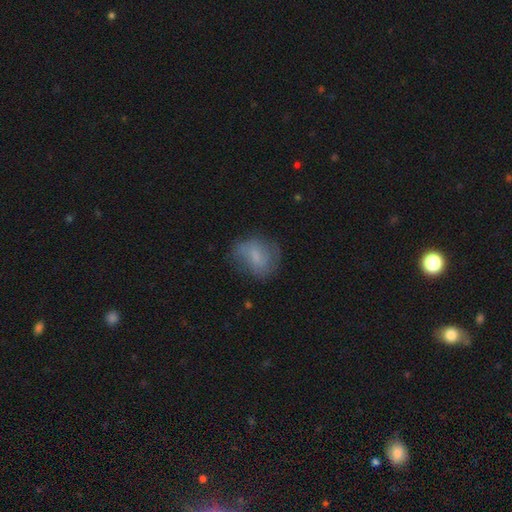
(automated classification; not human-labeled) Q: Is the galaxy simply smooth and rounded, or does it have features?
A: smooth — 55%.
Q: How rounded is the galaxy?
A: round — 51%.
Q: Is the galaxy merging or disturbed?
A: none — 61%.